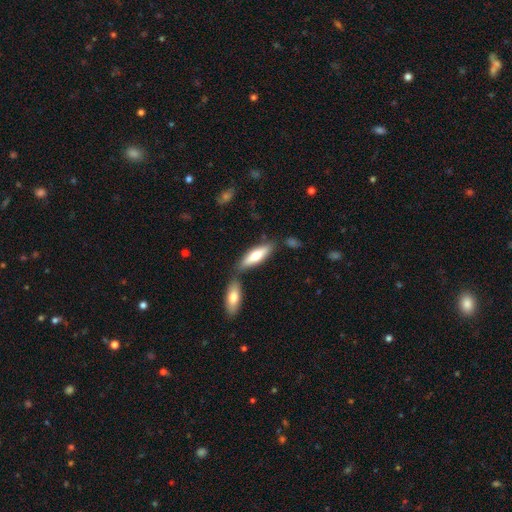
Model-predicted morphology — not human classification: smooth 67%, featured or disk 27%, star or artifact 5%. Down the decision tree: how rounded — cigar-shaped (54%); merging — none (66%).